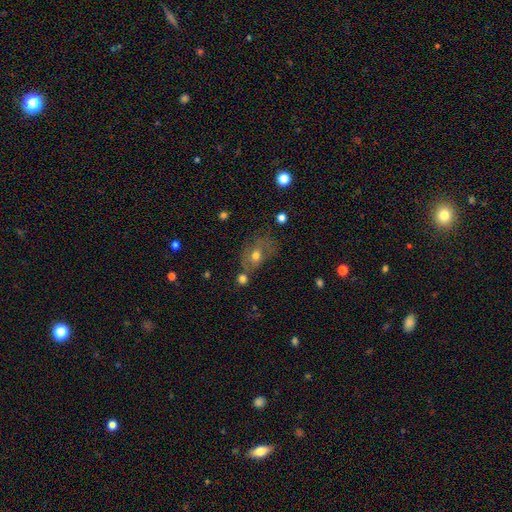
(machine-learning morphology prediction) Overall: smooth (64%; featured or disk 25%). How rounded: in between (67%; round 31%). Merging: none (40%; minor disturbance 24%).